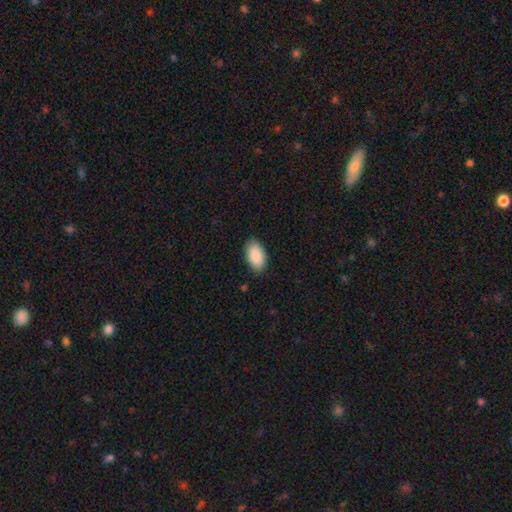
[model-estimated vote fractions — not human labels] A smooth galaxy with no disk features (89%) that is in between round and cigar-shaped (95%).

Vote fractions:
- Smooth or featured? smooth: 89% / star or artifact: 6% / featured or disk: 5%
- How rounded? in between: 95% / round: 4% / cigar-shaped: 1%
- Merging? none: 86% / minor disturbance: 11% / major disturbance: 2% / merger: 1%